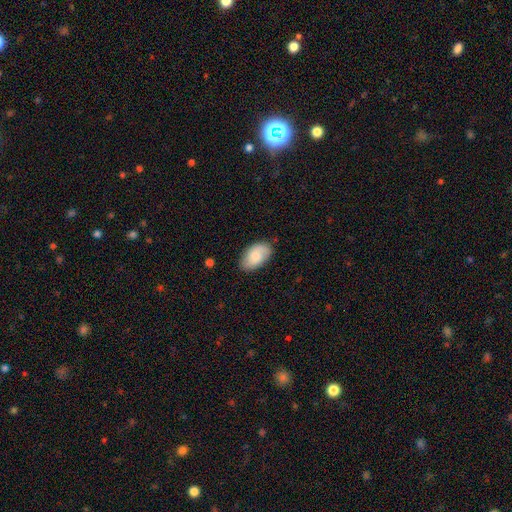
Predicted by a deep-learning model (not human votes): This appears to be a smooth galaxy with no disk features (72%) that is in between round and cigar-shaped (94%). Merging: none (78%).